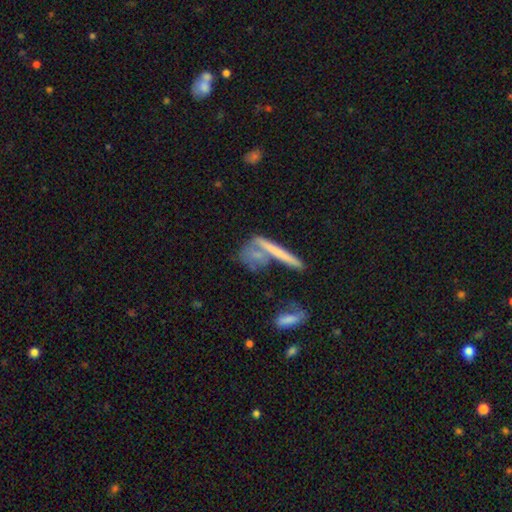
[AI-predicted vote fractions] Q: Smooth or featured?
A: smooth (57%); runner-up: featured or disk (33%)
Q: How rounded?
A: cigar-shaped (58%); runner-up: round (23%)
Q: Merging?
A: none (50%); runner-up: merger (24%)